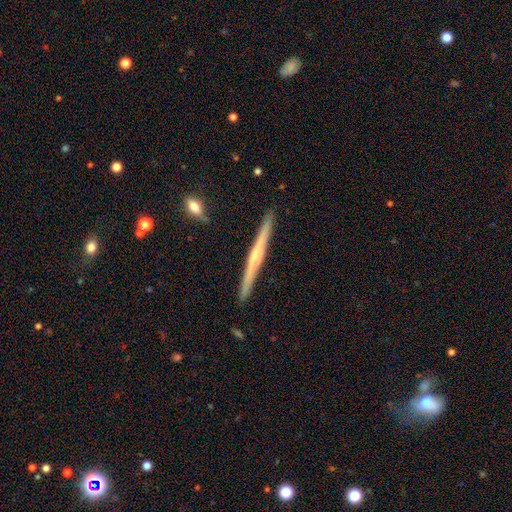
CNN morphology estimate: smooth-or-featured: featured or disk: 68% | smooth: 26% | star or artifact: 6%
  disk-edge-on: yes: 98% | no: 2%
    edge-on-bulge: rounded: 54% | none: 40% | boxy: 6%
  merging: none: 92% | minor disturbance: 6% | merger: 1% | major disturbance: 1%